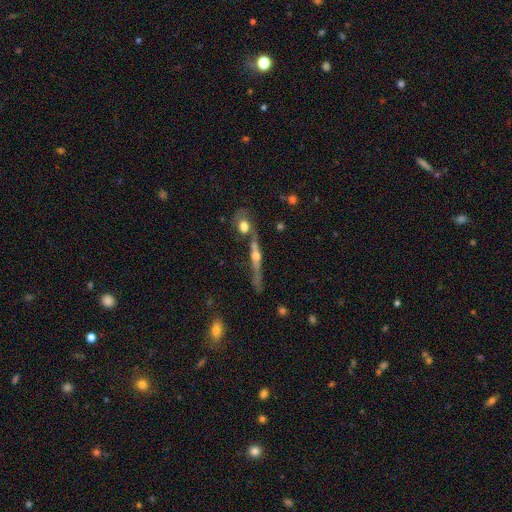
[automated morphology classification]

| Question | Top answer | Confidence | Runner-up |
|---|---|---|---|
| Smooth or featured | featured or disk | 74% | smooth (16%) |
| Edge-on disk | yes | 94% | no (6%) |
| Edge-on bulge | rounded | 89% | none (7%) |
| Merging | none | 61% | merger (20%) |